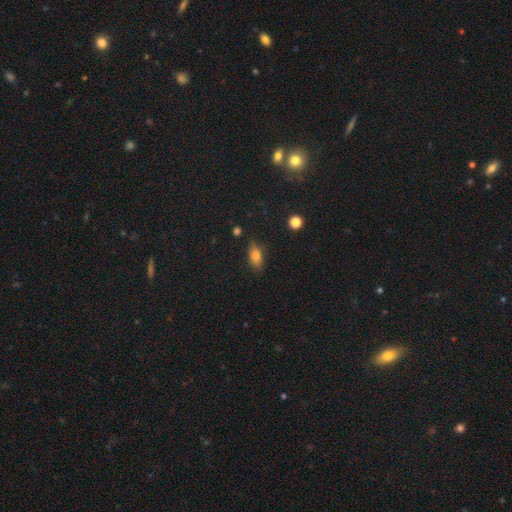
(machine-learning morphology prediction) Smooth or featured? Predicted: smooth (p=0.78). How rounded? Predicted: in between (p=0.84). Merging? Predicted: none (p=0.78).